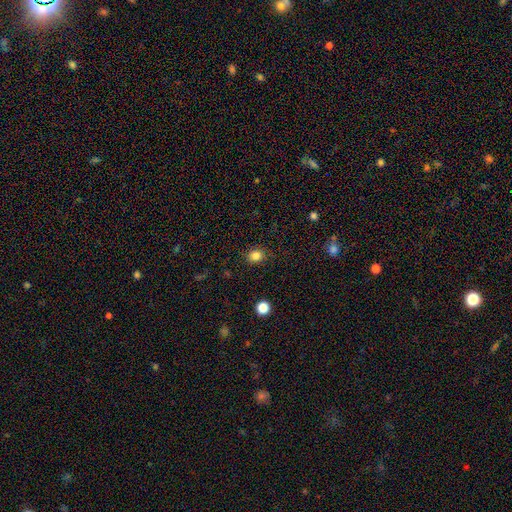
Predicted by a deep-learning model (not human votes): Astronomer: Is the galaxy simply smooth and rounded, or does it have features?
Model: smooth — 83%.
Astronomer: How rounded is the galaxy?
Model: round — 68%.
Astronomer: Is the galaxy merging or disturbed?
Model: none — 85%.